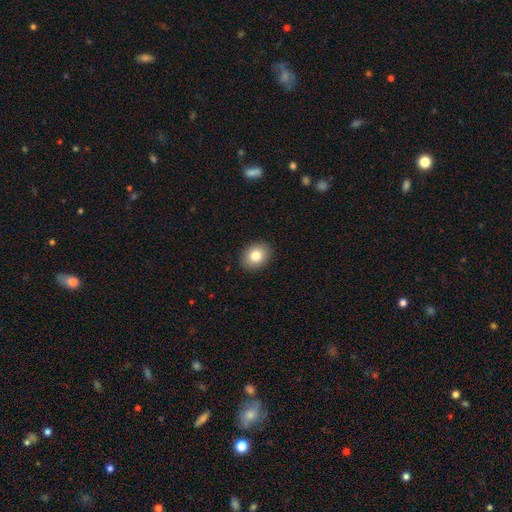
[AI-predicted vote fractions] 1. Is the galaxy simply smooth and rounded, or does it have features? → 82% smooth, 9% featured or disk, 9% star or artifact.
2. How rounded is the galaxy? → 52% round, 47% in between, 1% cigar-shaped.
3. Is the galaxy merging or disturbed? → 91% none, 7% minor disturbance, 2% major disturbance, 1% merger.